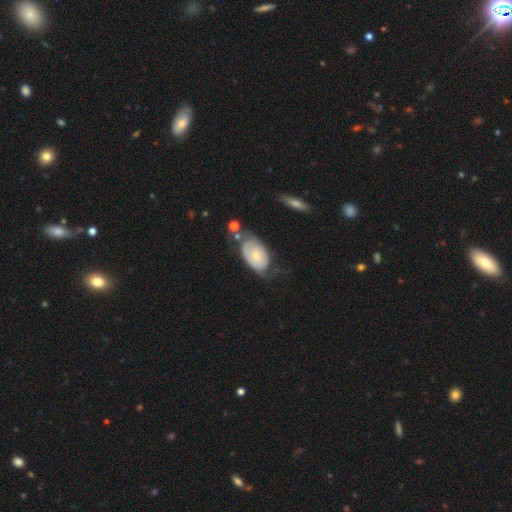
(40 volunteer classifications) Smooth or featured? featured or disk (70%)
Edge-on disk? no (86%)
Bar? no (79%)
Spiral arms? no (58%)
Bulge size? moderate (58%)
Merging? none (34%)